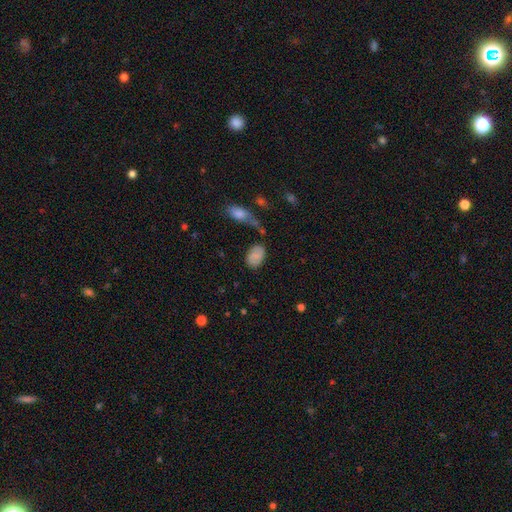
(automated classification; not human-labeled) This appears to be a smooth galaxy with no disk features (76%) that is in between round and cigar-shaped (87%). Merging: none (64%).